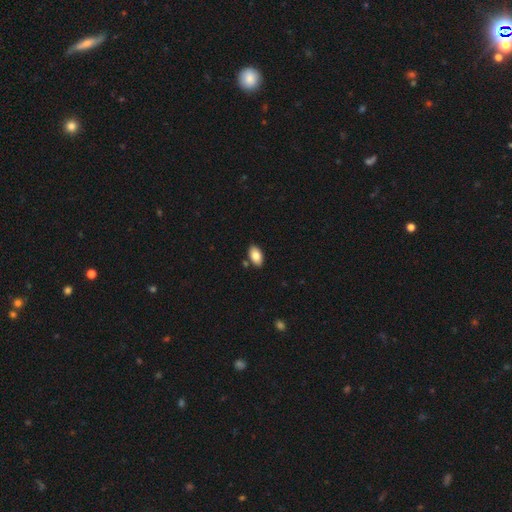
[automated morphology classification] Q: Smooth or featured?
A: smooth (83%); runner-up: featured or disk (10%)
Q: How rounded?
A: in between (94%); runner-up: round (4%)
Q: Merging?
A: none (84%); runner-up: minor disturbance (10%)